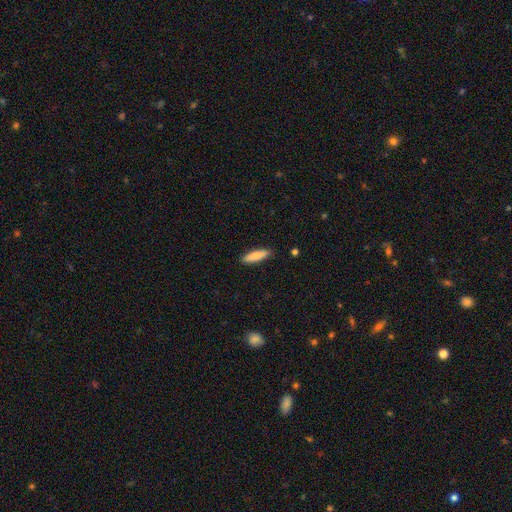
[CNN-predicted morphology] This is clearly a smooth galaxy (81%). How rounded: likely cigar-shaped (65%). Merging: clearly none (89%).